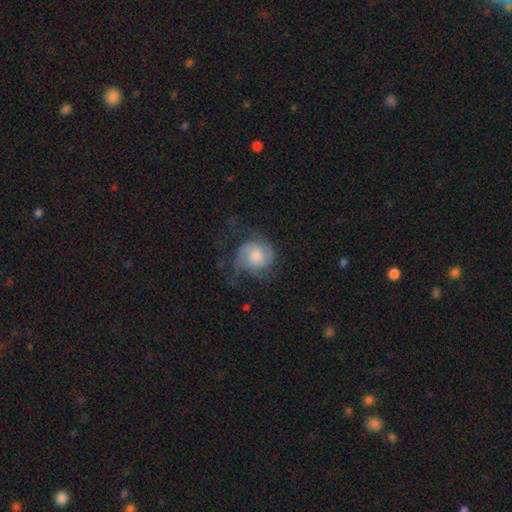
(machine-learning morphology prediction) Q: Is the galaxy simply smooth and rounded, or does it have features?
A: featured or disk — 62%.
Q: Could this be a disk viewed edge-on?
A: no — 98%.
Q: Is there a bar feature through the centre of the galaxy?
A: no — 74%.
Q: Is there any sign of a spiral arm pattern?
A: yes — 92%.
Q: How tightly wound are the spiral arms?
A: medium — 42%.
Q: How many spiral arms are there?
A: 2 — 40%.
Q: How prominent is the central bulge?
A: moderate — 42%.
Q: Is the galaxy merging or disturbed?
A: none — 52%.